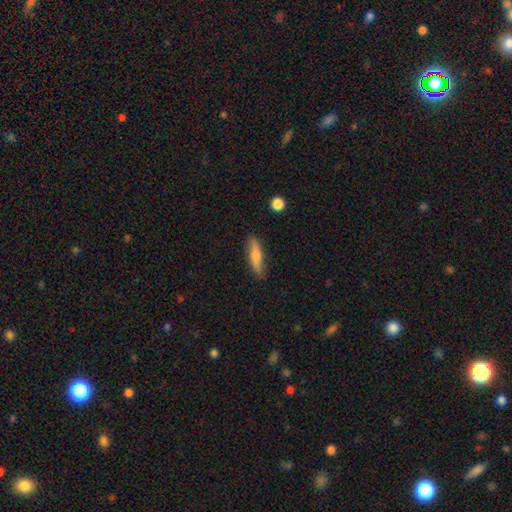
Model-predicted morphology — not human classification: Smooth or featured? smooth (57%)
How rounded? cigar-shaped (77%)
Merging? none (84%)